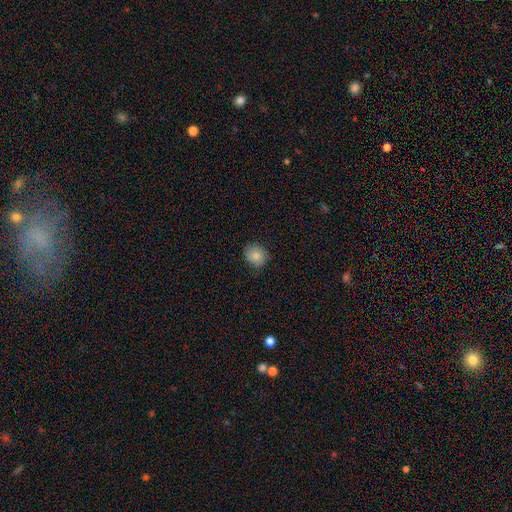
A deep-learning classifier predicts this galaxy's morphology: The model was most divided on "how rounded": round: 75%, in between: 24%, cigar-shaped: 1%. More confident: smooth or featured — smooth (83%); merging — none (81%).